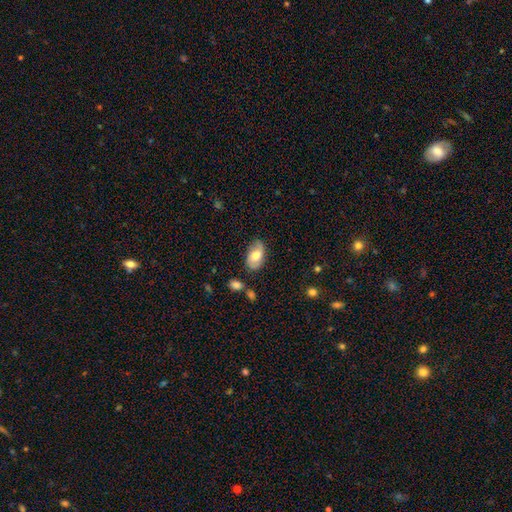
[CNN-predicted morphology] smooth 64%, featured or disk 29%, star or artifact 7%. Down the decision tree: how rounded — in between (92%); merging — none (65%).